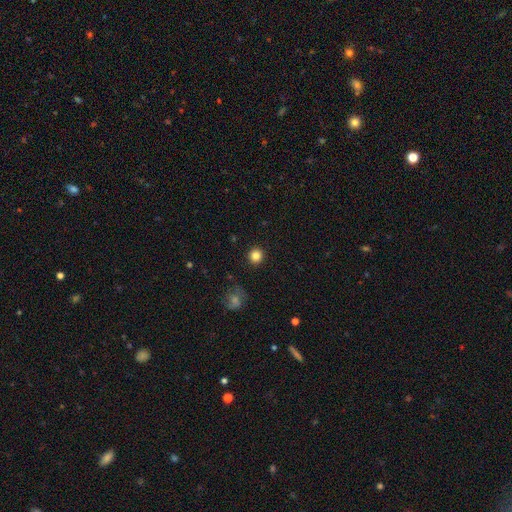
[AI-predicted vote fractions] smooth_or_featured: smooth (p=0.83) [alt: star or artifact p=0.12]
how_rounded: round (p=0.94) [alt: in between p=0.06]
merging: none (p=0.92) [alt: minor disturbance p=0.05]